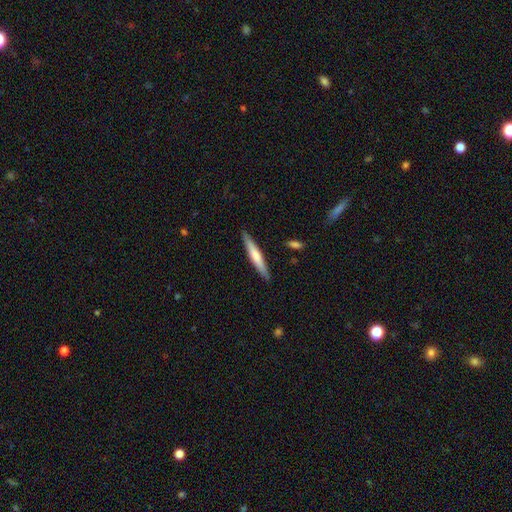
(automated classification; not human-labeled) Smooth or featured? smooth (61%)
How rounded? cigar-shaped (94%)
Merging? none (89%)